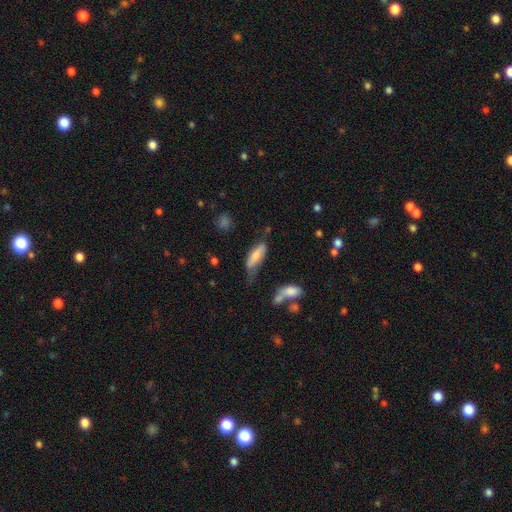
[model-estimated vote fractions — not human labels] Smooth or featured? Predicted: smooth (p=0.68). How rounded? Predicted: in between (p=0.60). Merging? Predicted: none (p=0.44).